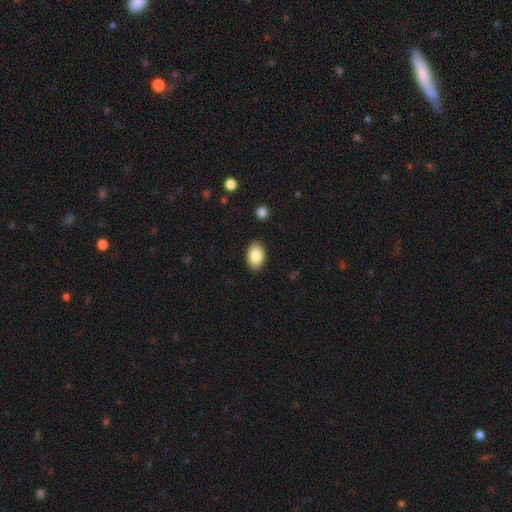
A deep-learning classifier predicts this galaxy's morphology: The model was most divided on "smooth or featured": smooth: 84%, featured or disk: 9%, star or artifact: 7%. More confident: merging — none (89%); how rounded — in between (87%).